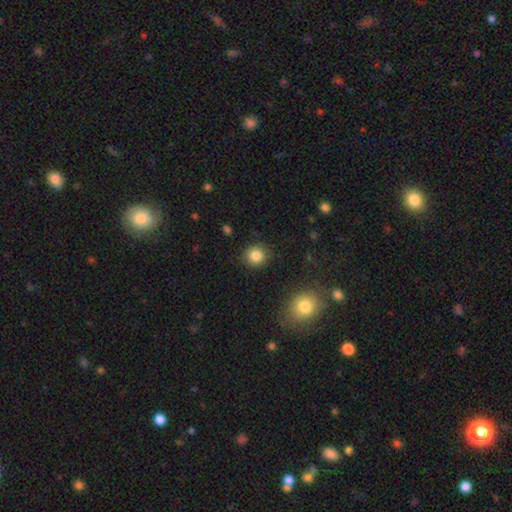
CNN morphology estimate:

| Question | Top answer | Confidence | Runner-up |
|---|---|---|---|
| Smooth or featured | smooth | 85% | star or artifact (10%) |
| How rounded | round | 89% | in between (10%) |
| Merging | none | 89% | minor disturbance (7%) |